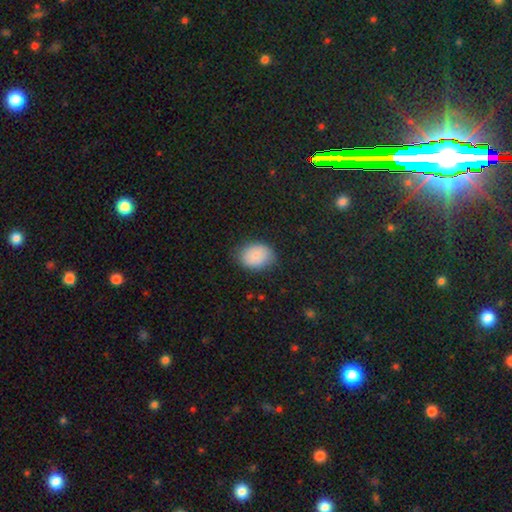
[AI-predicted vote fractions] Overall: smooth (82%). How rounded: in between (66%; round 33%). Merging: none (78%).